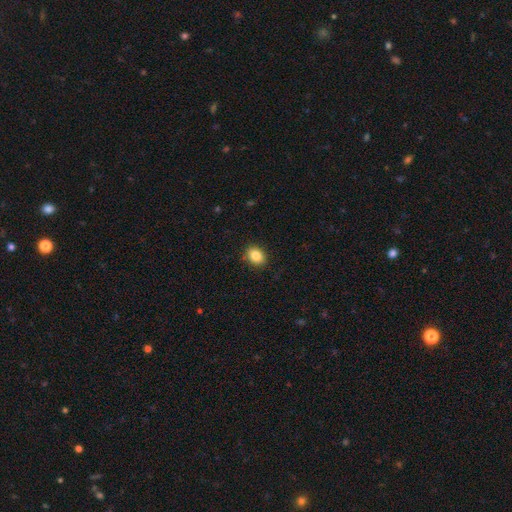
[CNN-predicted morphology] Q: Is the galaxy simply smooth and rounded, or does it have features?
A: smooth — 85%.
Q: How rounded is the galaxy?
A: in between — 58%.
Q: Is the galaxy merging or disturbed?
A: none — 88%.